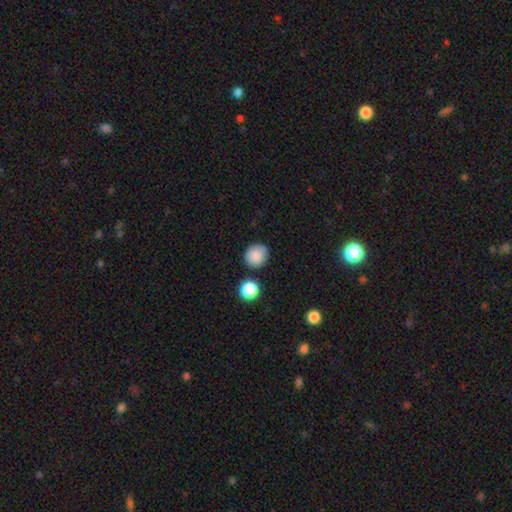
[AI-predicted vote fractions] Morphology: type=smooth (85%); roundness=round (87%); merging=none (77%).